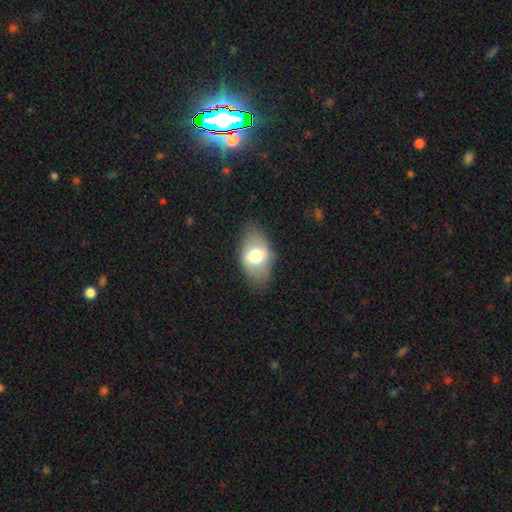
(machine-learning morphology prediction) This appears to be a smooth galaxy with no disk features (64%) that is in between round and cigar-shaped (87%). Merging: none (75%).